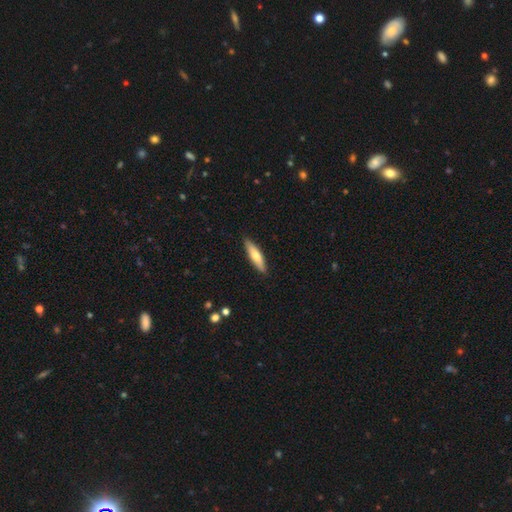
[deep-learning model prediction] smooth 64%, featured or disk 31%, star or artifact 5%. Down the decision tree: how rounded — cigar-shaped (75%); merging — none (90%).